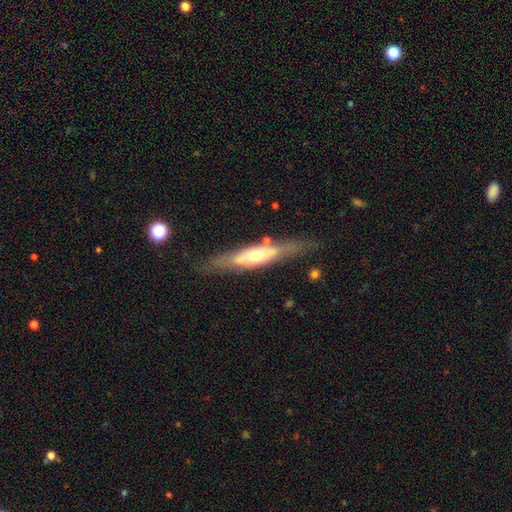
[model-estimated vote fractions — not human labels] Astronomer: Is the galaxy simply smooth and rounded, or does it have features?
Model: featured or disk — 60%.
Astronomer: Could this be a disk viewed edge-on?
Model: yes — 73%.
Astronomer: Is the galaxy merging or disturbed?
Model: none — 72%.